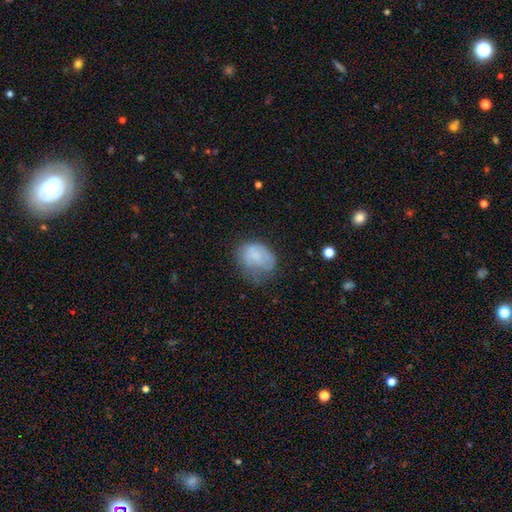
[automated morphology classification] Smooth or featured?
  - smooth: 69% *
  - featured or disk: 23%
  - star or artifact: 8%
How rounded?
  - in between: 58% *
  - round: 41%
  - cigar-shaped: 1%
Merging?
  - minor disturbance: 37% *
  - none: 35%
  - major disturbance: 26%
  - merger: 2%